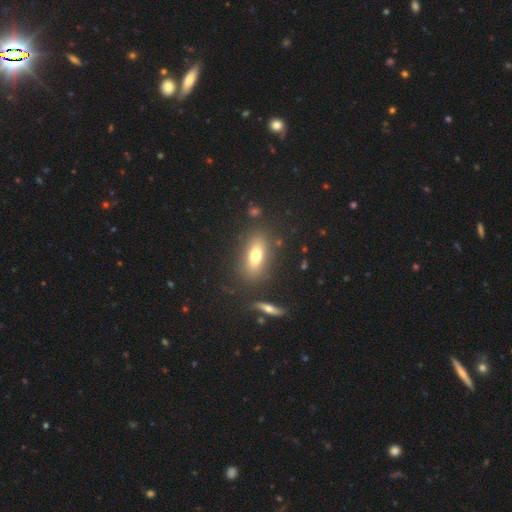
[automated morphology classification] Q: Smooth or featured?
A: smooth (71%); runner-up: featured or disk (19%)
Q: How rounded?
A: in between (76%); runner-up: cigar-shaped (15%)
Q: Merging?
A: none (80%); runner-up: minor disturbance (11%)